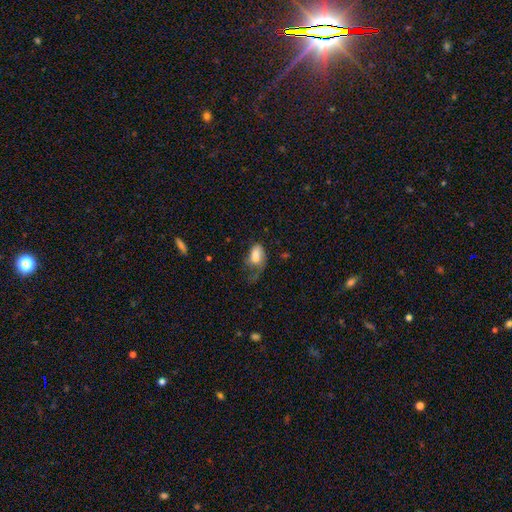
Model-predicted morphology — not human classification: The model was most divided on "merging": major disturbance: 49%, minor disturbance: 24%, none: 22%, merger: 4%. More confident: how rounded — in between (90%); smooth or featured — smooth (74%).